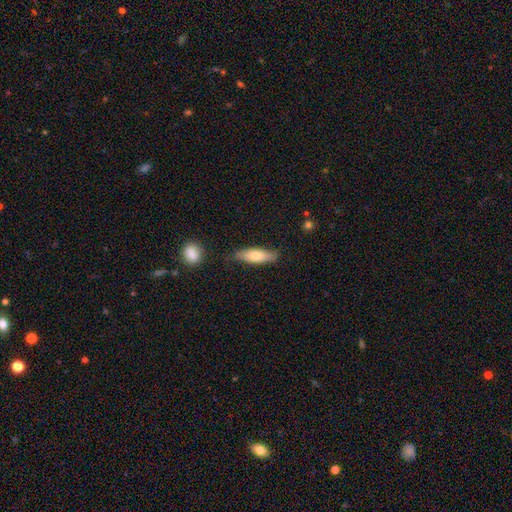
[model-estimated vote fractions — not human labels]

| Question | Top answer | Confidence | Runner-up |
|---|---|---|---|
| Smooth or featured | smooth | 68% | featured or disk (26%) |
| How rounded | cigar-shaped | 53% | in between (44%) |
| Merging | none | 77% | minor disturbance (16%) |